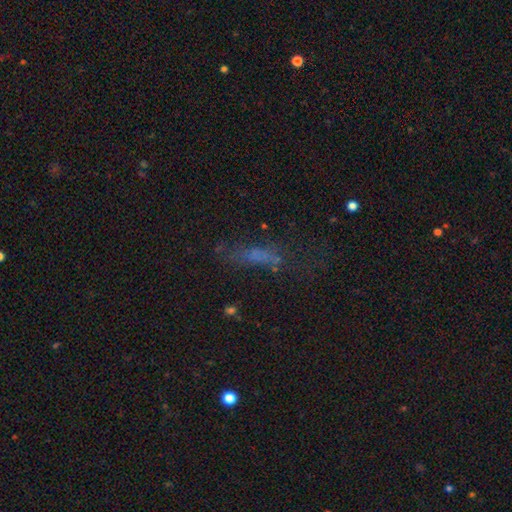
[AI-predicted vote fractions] A smooth galaxy with no disk features (46%). Merging: none (51%).